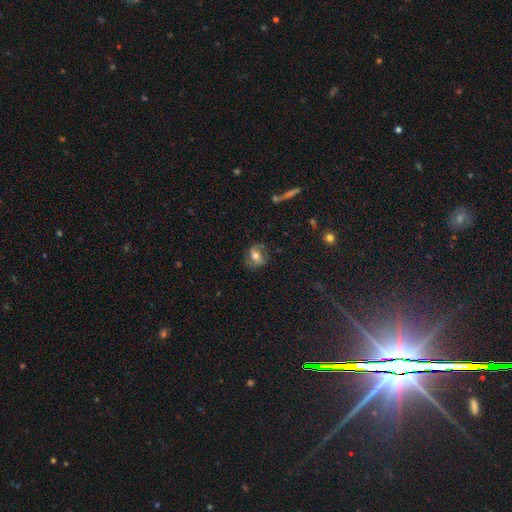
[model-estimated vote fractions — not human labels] The model was most divided on "smooth or featured": smooth: 46%, featured or disk: 44%, star or artifact: 10%. More confident: merging — none (70%).